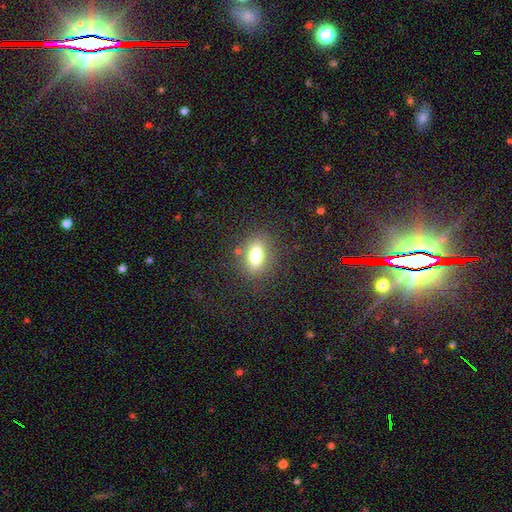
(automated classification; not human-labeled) This appears to be a smooth galaxy with no disk features (73%) that is in between round and cigar-shaped (78%). Merging: none (82%).